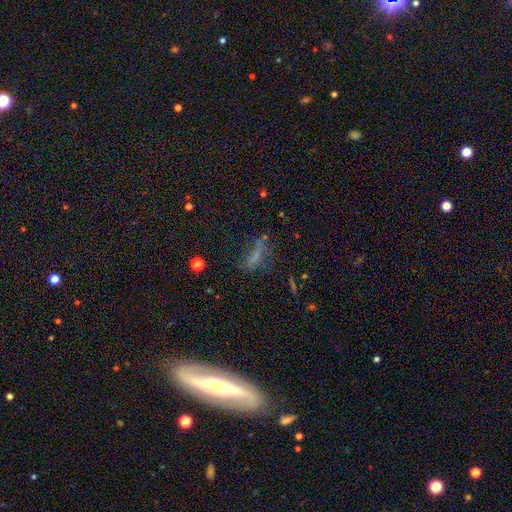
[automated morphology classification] The model was most divided on "how rounded": cigar-shaped: 54%, in between: 41%, round: 5%. Remaining: smooth or featured — smooth (53%); merging — none (45%).